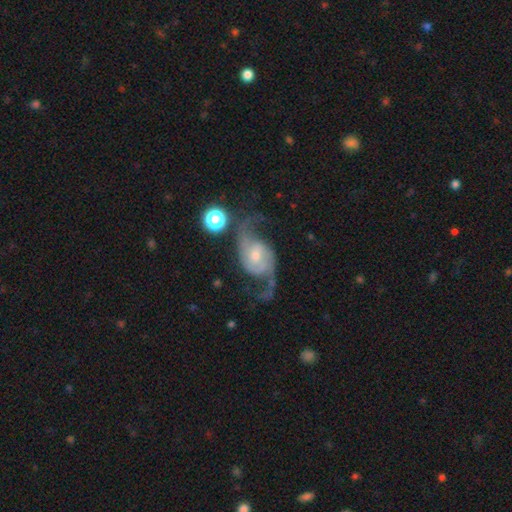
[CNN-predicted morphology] Smooth or featured?
  - featured or disk: 88% *
  - smooth: 6%
  - star or artifact: 6%
Edge-on disk?
  - no: 97% *
  - yes: 3%
Bar?
  - no: 54% *
  - weak: 37%
  - strong: 9%
Spiral arms?
  - yes: 97% *
  - no: 3%
Spiral winding?
  - loose: 59% *
  - medium: 33%
  - tight: 8%
Spiral arm count?
  - 2: 93% *
  - can't tell: 2%
  - 1: 2%
  - 3: 1%
  - 4: 1%
  - more than 4: 1%
Bulge size?
  - small: 46% * (tied)
  - moderate: 46% * (tied)
  - large: 4%
  - none: 3%
  - dominant: 1%
Merging?
  - none: 63% *
  - minor disturbance: 17%
  - major disturbance: 16%
  - merger: 4%